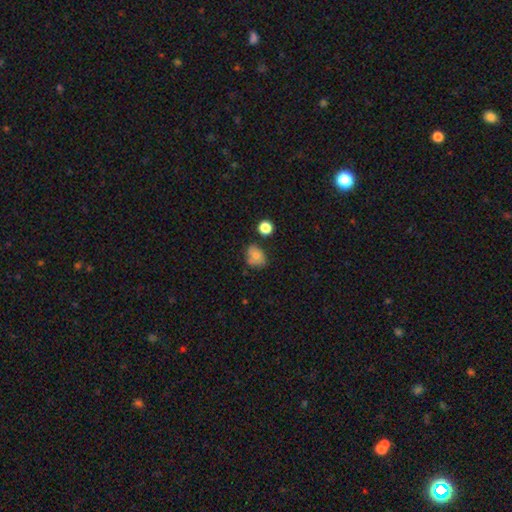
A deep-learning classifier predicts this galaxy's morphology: This appears to be a smooth galaxy with no disk features (71%) that is in between round and cigar-shaped (54%). Merging: none (57%).